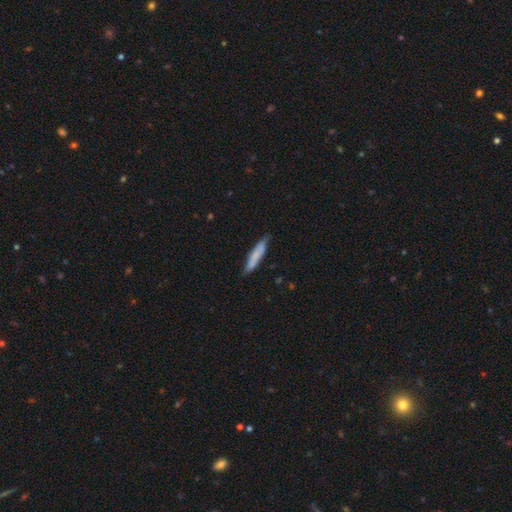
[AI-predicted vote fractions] The model was most divided on "smooth or featured": smooth: 73%, featured or disk: 21%, star or artifact: 6%. More confident: how rounded — cigar-shaped (89%); merging — none (78%).